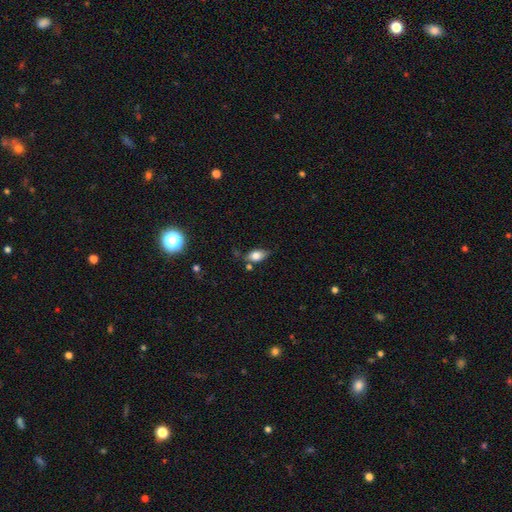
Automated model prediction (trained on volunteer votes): This appears to be a smooth galaxy with no disk features (75%) that is in between round and cigar-shaped (85%). Merging: none (61%).